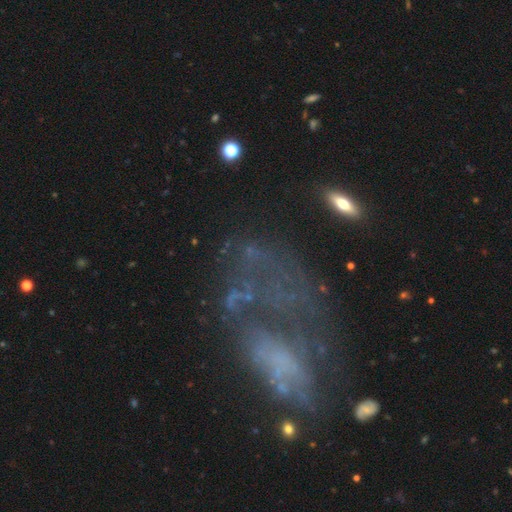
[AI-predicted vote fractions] Morphology: type=featured or disk (48%); merging=none (40%).